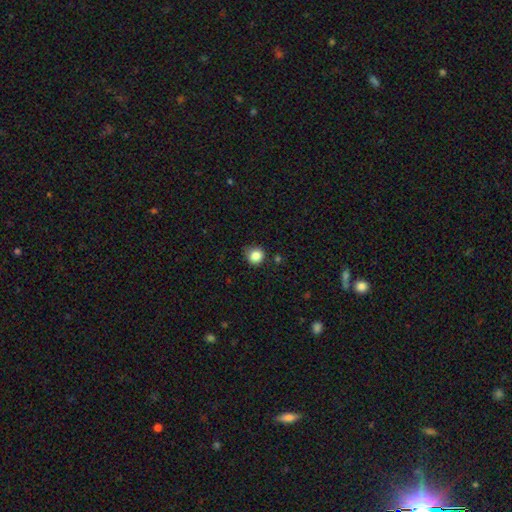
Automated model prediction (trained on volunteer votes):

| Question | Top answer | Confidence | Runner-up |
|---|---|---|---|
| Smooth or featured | smooth | 85% | star or artifact (11%) |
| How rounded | round | 92% | in between (7%) |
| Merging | none | 80% | minor disturbance (14%) |